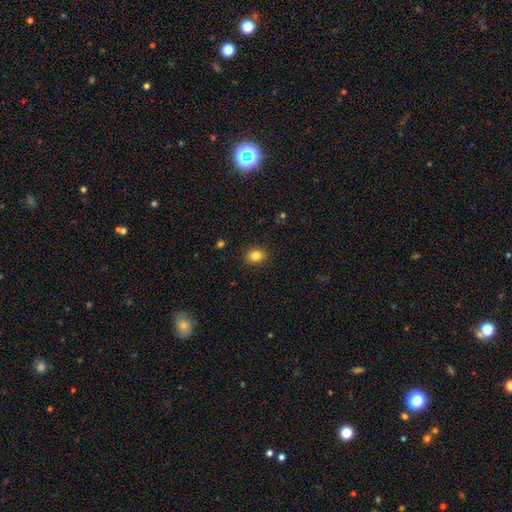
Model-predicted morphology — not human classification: smooth 84%, star or artifact 10%, featured or disk 6%. Down the decision tree: how rounded — round (51%); merging — none (89%).